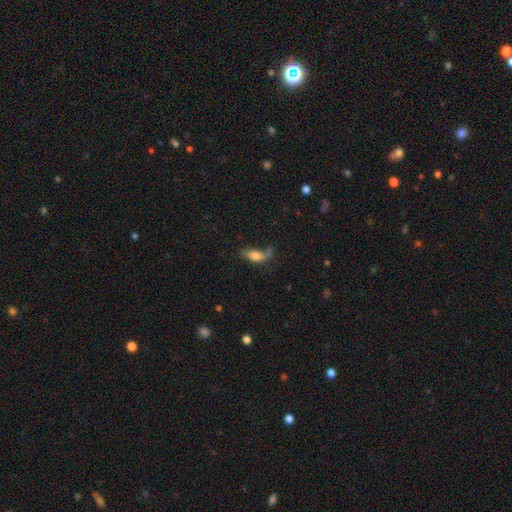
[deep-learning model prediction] The model was most divided on "merging": none: 38%, minor disturbance: 28%, major disturbance: 24%, merger: 10%. More confident: how rounded — in between (73%); smooth or featured — smooth (67%).